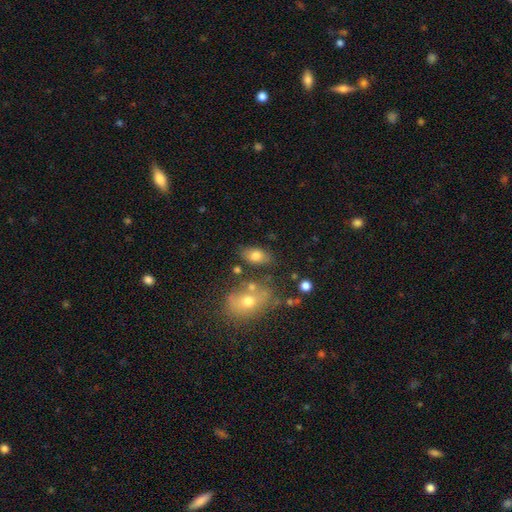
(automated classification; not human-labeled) Q: Smooth or featured?
A: smooth (76%); runner-up: featured or disk (15%)
Q: How rounded?
A: in between (88%); runner-up: round (10%)
Q: Merging?
A: none (70%); runner-up: minor disturbance (16%)